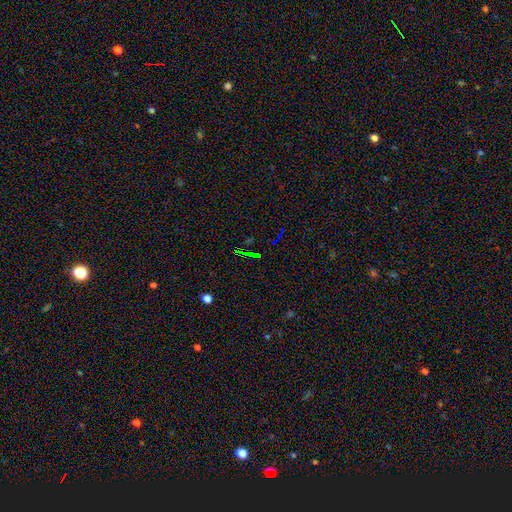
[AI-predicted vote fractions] This appears to be a star or artifact, not a galaxy (73%).